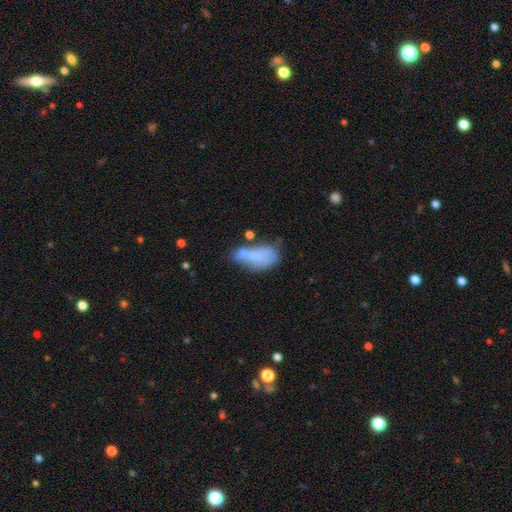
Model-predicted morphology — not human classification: Smooth or featured? smooth (63%)
How rounded? in between (84%)
Merging? none (32%)